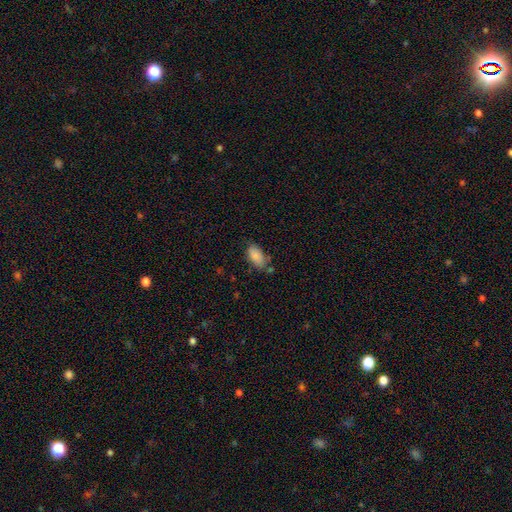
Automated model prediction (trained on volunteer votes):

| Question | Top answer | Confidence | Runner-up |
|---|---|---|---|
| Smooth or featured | smooth | 86% | star or artifact (7%) |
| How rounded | in between | 93% | cigar-shaped (4%) |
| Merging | none | 64% | minor disturbance (23%) |